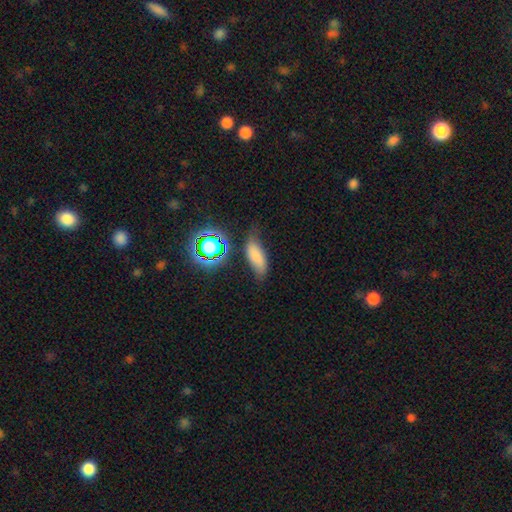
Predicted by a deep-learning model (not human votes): This appears to be a smooth galaxy with no disk features (71%) that is in between round and cigar-shaped (75%). Merging: none (64%).